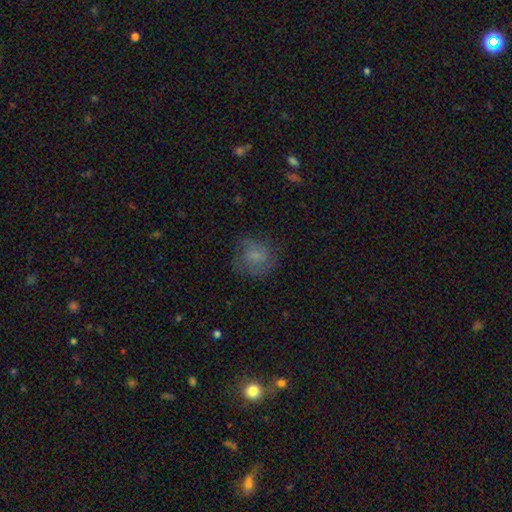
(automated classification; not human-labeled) Overall: smooth (54%; featured or disk 36%). How rounded: round (80%). Merging: none (66%).